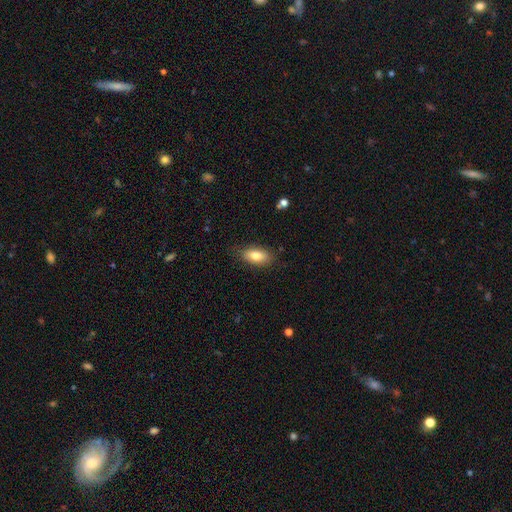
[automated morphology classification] Smooth or featured: smooth — 81% (featured or disk — 12%)
How rounded: in between — 86% (cigar-shaped — 11%)
Merging: none — 82% (minor disturbance — 13%)